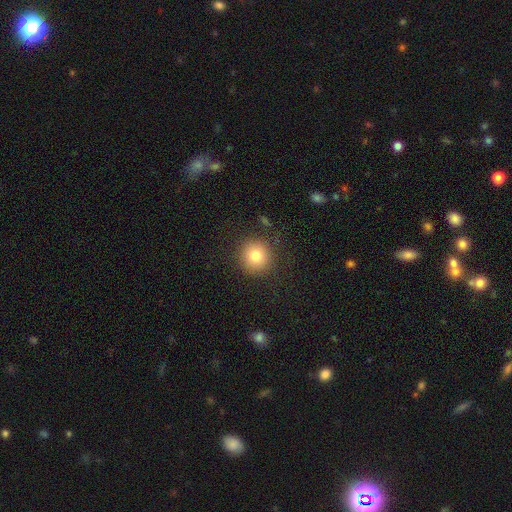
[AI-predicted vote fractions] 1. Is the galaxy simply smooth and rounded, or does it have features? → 79% smooth, 12% star or artifact, 10% featured or disk.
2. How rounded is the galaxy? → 93% round, 6% in between, 1% cigar-shaped.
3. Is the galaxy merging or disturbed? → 87% none, 8% minor disturbance, 3% major disturbance, 1% merger.